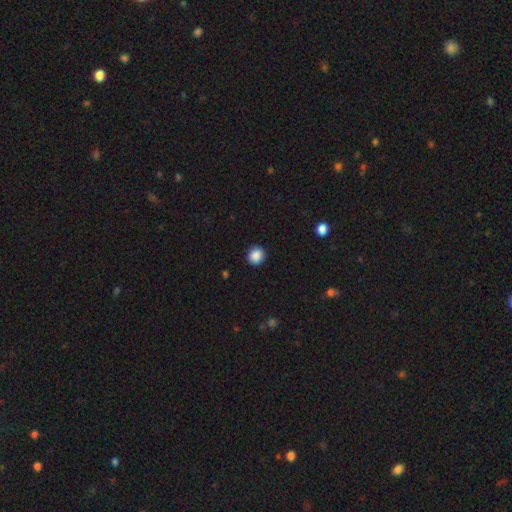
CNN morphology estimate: The model was most divided on "how rounded": round: 84%, in between: 15%, cigar-shaped: 1%. More confident: merging — none (92%); smooth or featured — smooth (88%).